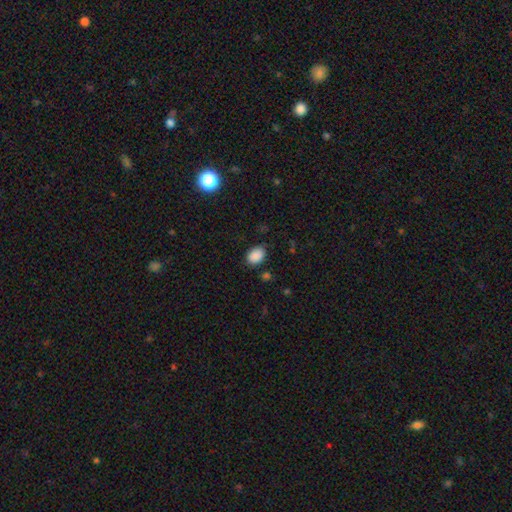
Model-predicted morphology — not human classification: Smooth or featured? smooth (88%)
How rounded? in between (75%)
Merging? none (82%)